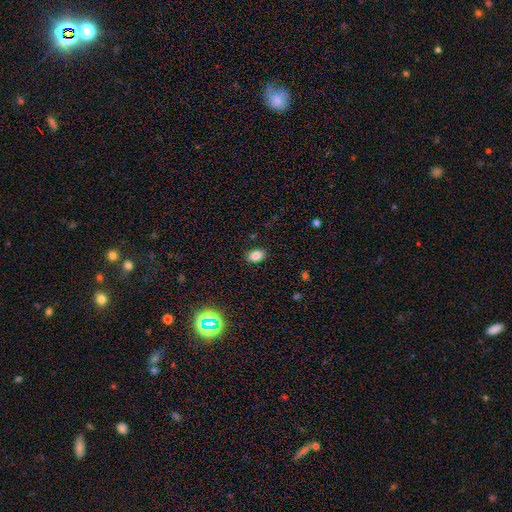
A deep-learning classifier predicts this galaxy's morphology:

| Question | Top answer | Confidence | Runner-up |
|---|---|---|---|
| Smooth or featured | smooth | 82% | star or artifact (12%) |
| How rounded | in between | 82% | round (16%) |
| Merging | none | 87% | minor disturbance (9%) |